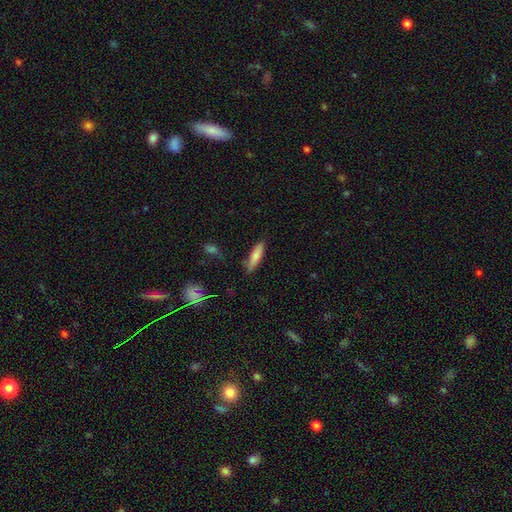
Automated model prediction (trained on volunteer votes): This appears to be a smooth galaxy with no disk features (75%) that is cigar-shaped (72%). Merging: none (82%).